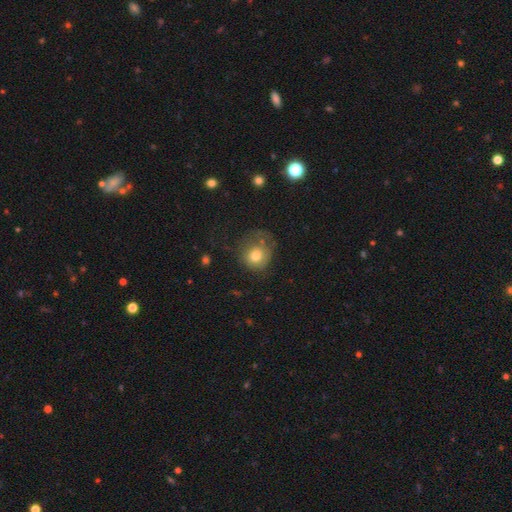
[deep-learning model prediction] This appears to be a smooth galaxy with no disk features (71%) that is round (78%). Merging: none (40%).